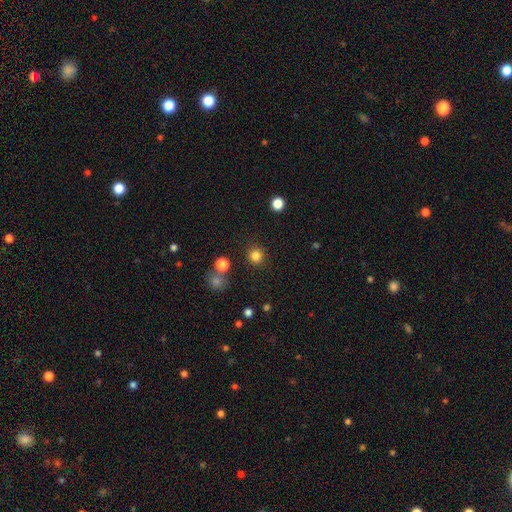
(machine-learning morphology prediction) A smooth galaxy with no disk features (82%) that is round (94%). Merging: none (89%).